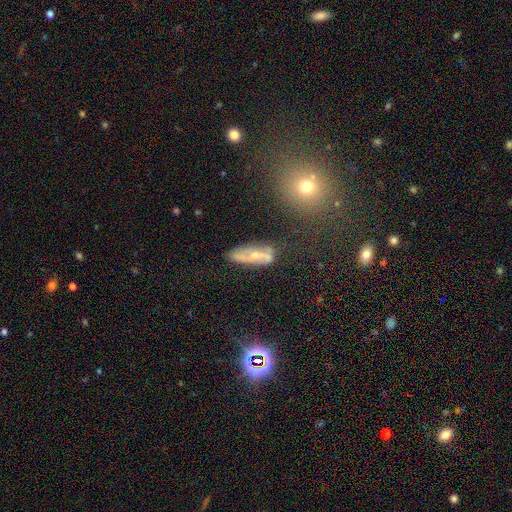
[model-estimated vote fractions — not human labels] This appears to be a featured or disk galaxy (58%). Merging: none (60%).